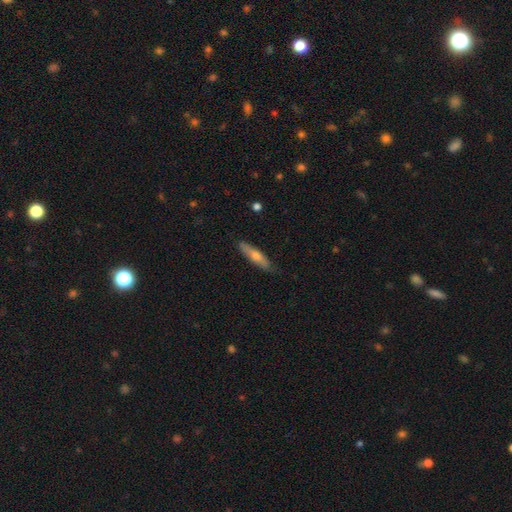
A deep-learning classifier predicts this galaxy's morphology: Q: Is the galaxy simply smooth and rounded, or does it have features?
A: smooth — 57%.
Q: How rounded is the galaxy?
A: cigar-shaped — 81%.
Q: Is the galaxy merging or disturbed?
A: none — 83%.